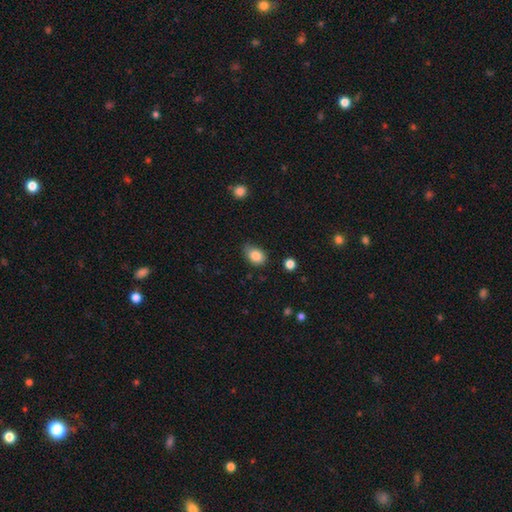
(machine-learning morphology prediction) Smooth or featured: smooth — 86% (star or artifact — 9%)
How rounded: in between — 75% (round — 24%)
Merging: none — 62% (minor disturbance — 31%)